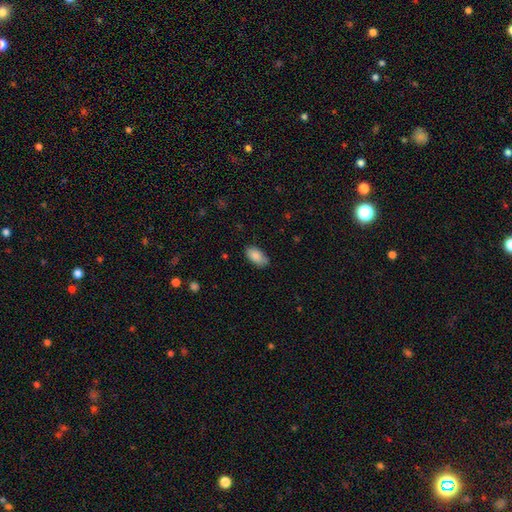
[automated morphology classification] Overall: smooth (87%). How rounded: in between (94%). Merging: none (78%).